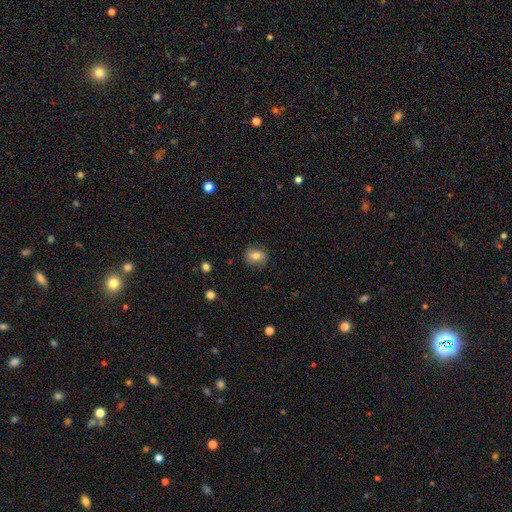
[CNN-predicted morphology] smooth-or-featured: smooth: 74% | featured or disk: 16% | star or artifact: 9%
  how-rounded: round: 57% | in between: 42% | cigar-shaped: 1%
  merging: none: 81% | minor disturbance: 14% | major disturbance: 4% | merger: 1%